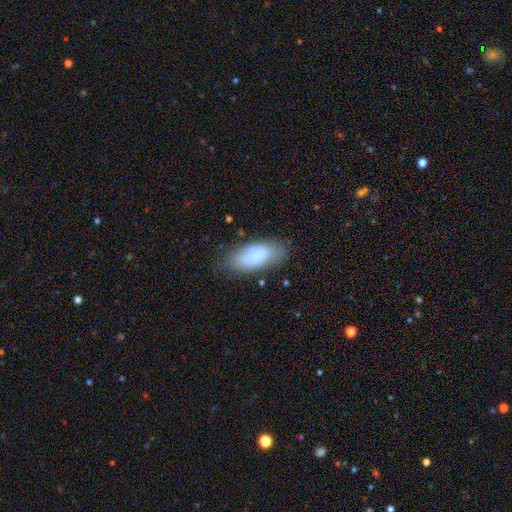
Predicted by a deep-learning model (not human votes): This appears to be a smooth galaxy with no disk features (76%) that is in between round and cigar-shaped (88%). Merging: none (76%).